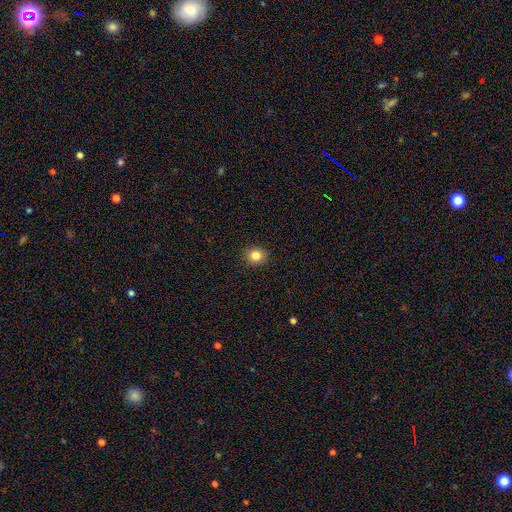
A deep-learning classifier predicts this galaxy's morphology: smooth-or-featured: smooth: 82% | star or artifact: 11% | featured or disk: 6%
  how-rounded: round: 79% | in between: 20% | cigar-shaped: 1%
  merging: none: 91% | minor disturbance: 6% | major disturbance: 2% | merger: 1%